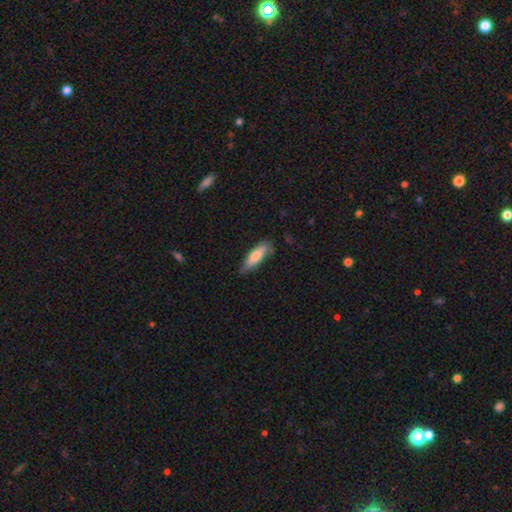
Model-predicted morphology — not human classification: This is likely a smooth galaxy (75%). How rounded: possibly cigar-shaped (58%). Merging: likely none (73%).